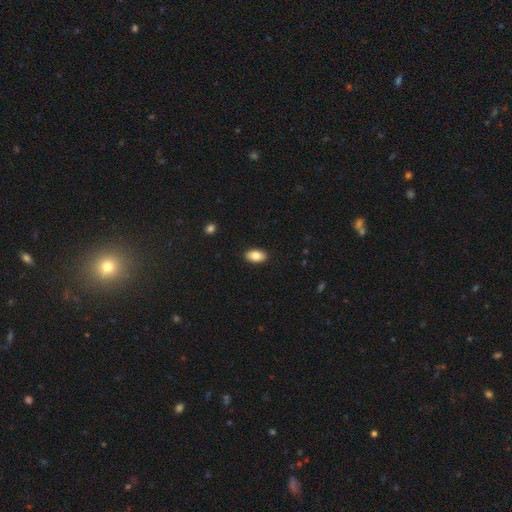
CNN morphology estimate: Smooth or featured? Predicted: smooth (p=0.84). How rounded? Predicted: in between (p=0.93). Merging? Predicted: none (p=0.90).